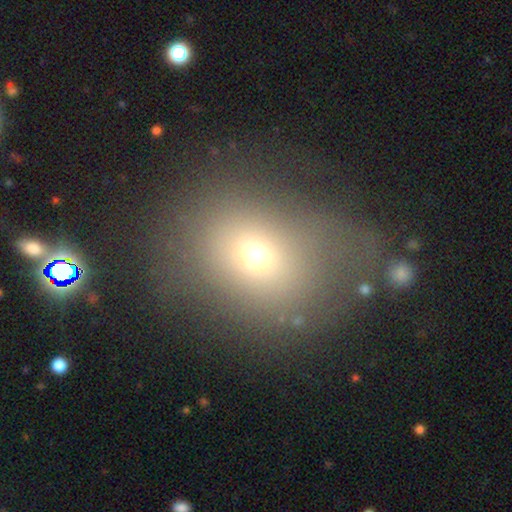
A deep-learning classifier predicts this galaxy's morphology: This is likely a smooth galaxy (64%). How rounded: possibly round (60%). Merging: possibly none (60%).